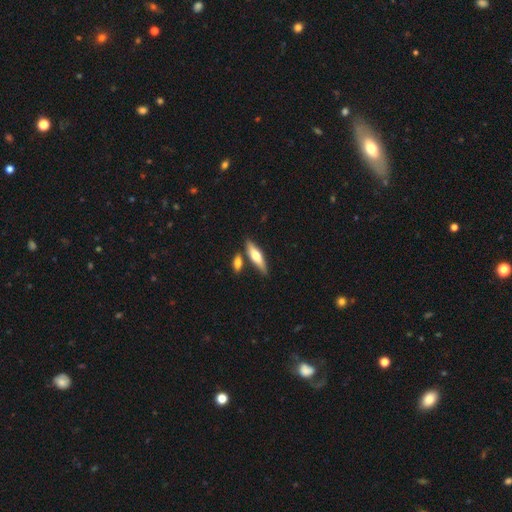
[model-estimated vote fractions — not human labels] Smooth or featured: smooth — 57% (featured or disk — 38%)
How rounded: cigar-shaped — 60% (in between — 38%)
Merging: none — 68% (merger — 16%)